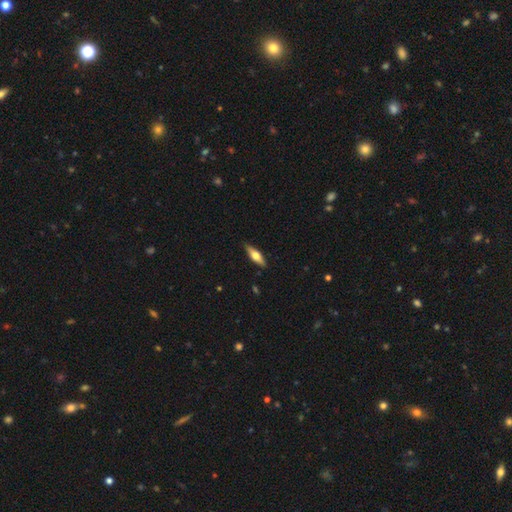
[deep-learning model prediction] A smooth galaxy with no disk features (50%).

Vote fractions:
- Smooth or featured? smooth: 50% / featured or disk: 45% / star or artifact: 6%
- Merging? none: 88% / minor disturbance: 10% / major disturbance: 2% / merger: 1%